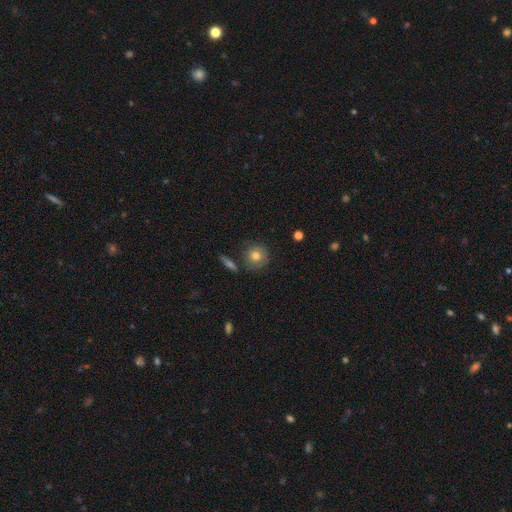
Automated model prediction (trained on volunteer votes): A smooth galaxy with no disk features (73%) that is round (89%).

Vote fractions:
- Smooth or featured? smooth: 73% / featured or disk: 18% / star or artifact: 9%
- How rounded? round: 89% / in between: 10% / cigar-shaped: 1%
- Merging? none: 77% / minor disturbance: 14% / merger: 5% / major disturbance: 4%